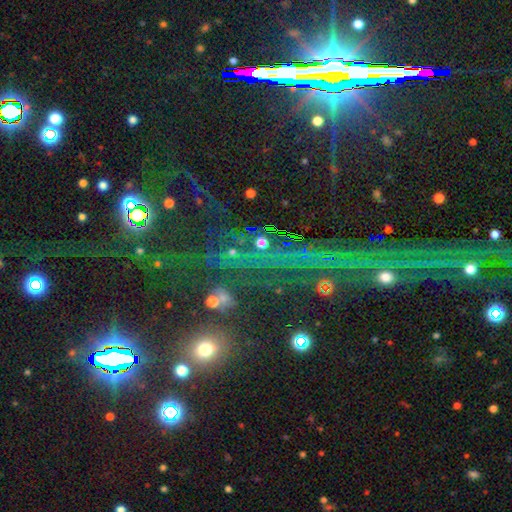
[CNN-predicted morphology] smooth-or-featured: star or artifact: 73% | smooth: 18% | featured or disk: 9%